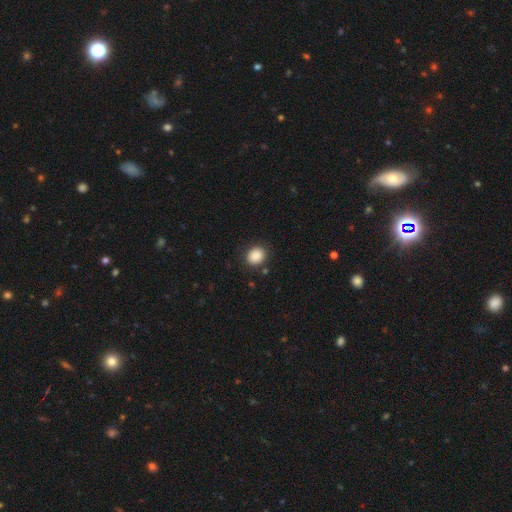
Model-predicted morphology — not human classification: Smooth or featured? smooth (88%)
How rounded? round (64%)
Merging? none (88%)